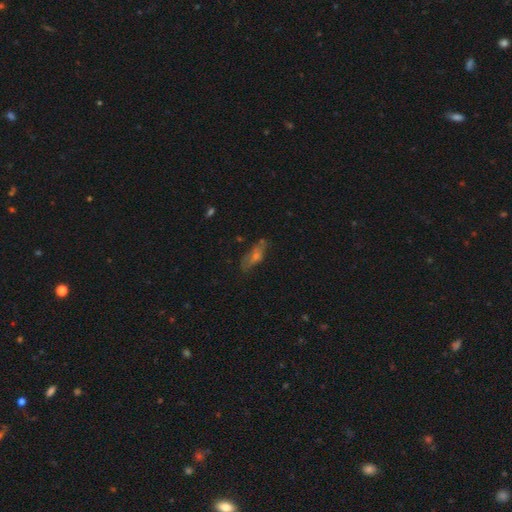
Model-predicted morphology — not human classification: featured or disk 45%, smooth 39%, star or artifact 16%. Down the decision tree: merging — none (74%).